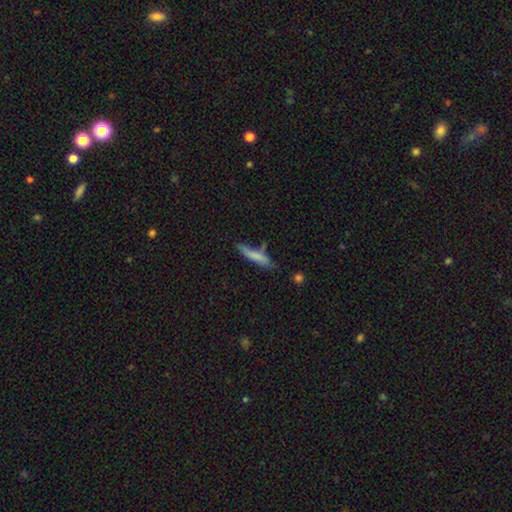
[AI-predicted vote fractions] smooth 76%, featured or disk 18%, star or artifact 7%. Down the decision tree: how rounded — cigar-shaped (85%); merging — none (62%).